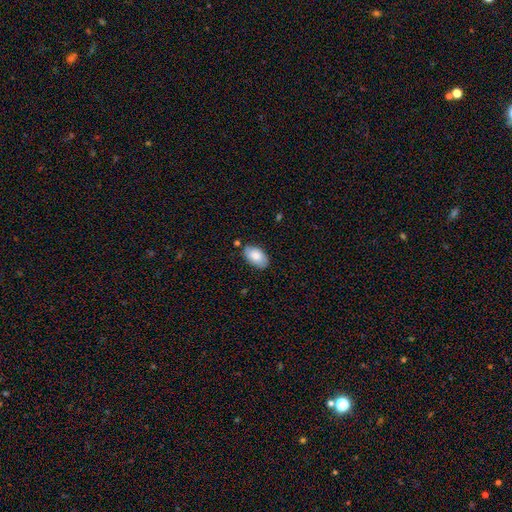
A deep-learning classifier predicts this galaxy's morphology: Smooth or featured? Predicted: smooth (p=0.82). How rounded? Predicted: in between (p=0.94). Merging? Predicted: none (p=0.79).